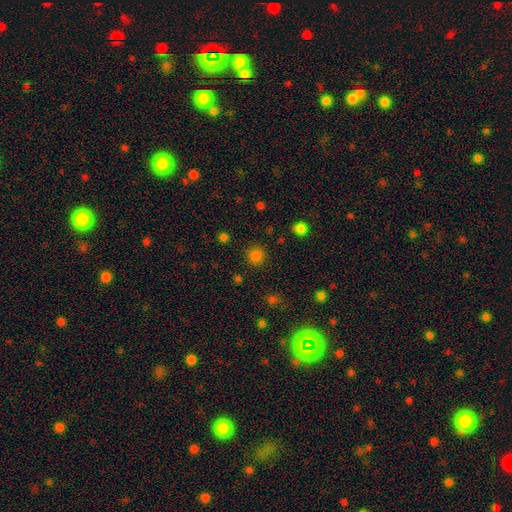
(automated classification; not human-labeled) smooth 82%, star or artifact 14%, featured or disk 4%. Down the decision tree: how rounded — round (93%); merging — none (89%).